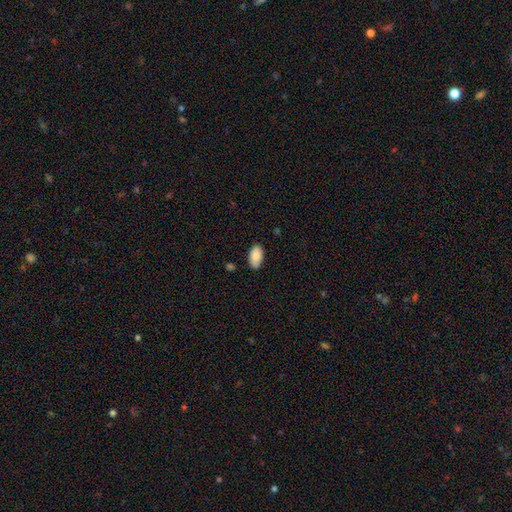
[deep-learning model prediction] smooth 88%, star or artifact 7%, featured or disk 6%. Down the decision tree: how rounded — in between (95%); merging — none (79%).